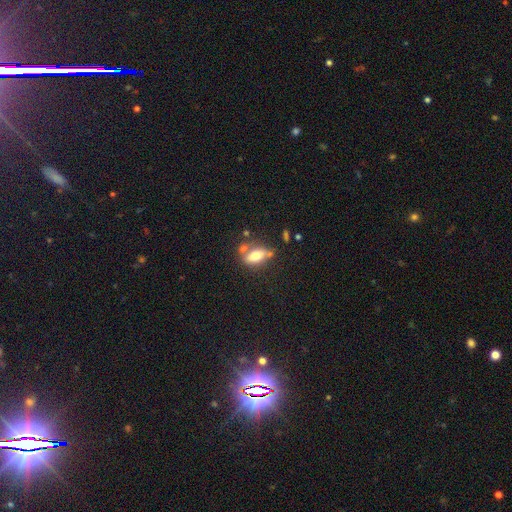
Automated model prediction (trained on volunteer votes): Smooth or featured? smooth (67%)
How rounded? in between (78%)
Merging? none (55%)